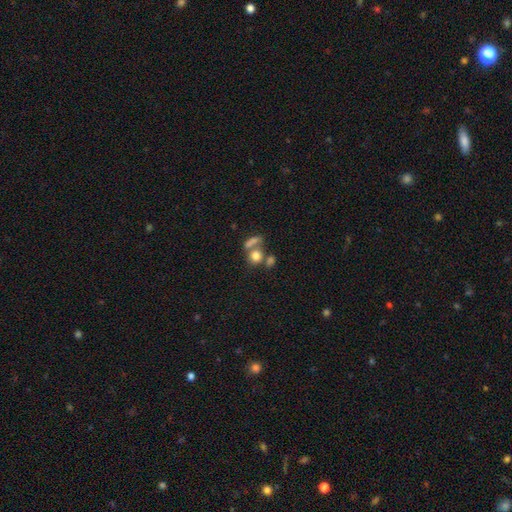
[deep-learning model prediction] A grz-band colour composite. It shows a smooth galaxy with no disk features (76%) that is round (74%). Merging: none (46%).